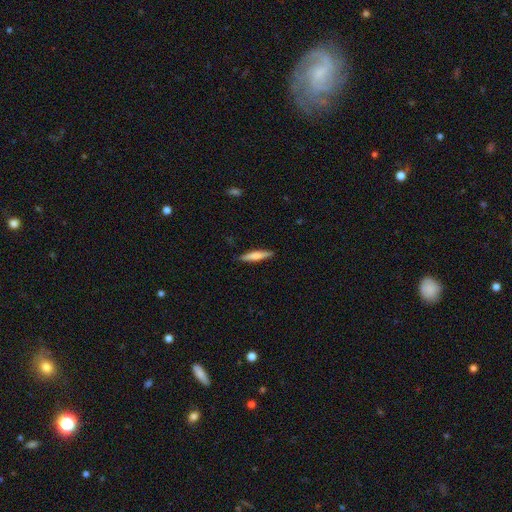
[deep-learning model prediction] Morphology: type=smooth (66%); roundness=cigar-shaped (87%); merging=none (88%).